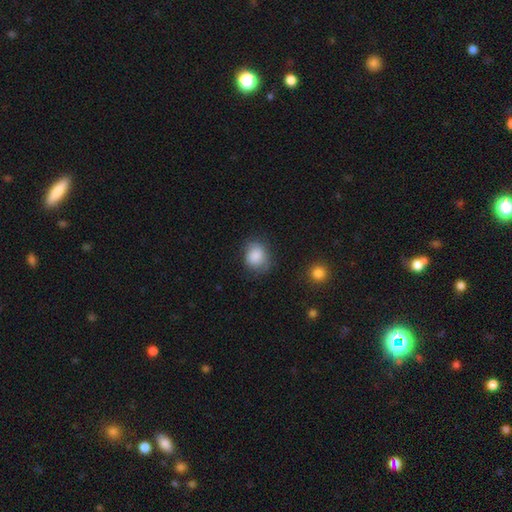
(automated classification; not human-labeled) Smooth or featured?
  - smooth: 83% *
  - featured or disk: 9%
  - star or artifact: 8%
How rounded?
  - round: 64% *
  - in between: 35%
  - cigar-shaped: 1%
Merging?
  - none: 68% *
  - minor disturbance: 23%
  - major disturbance: 7%
  - merger: 2%